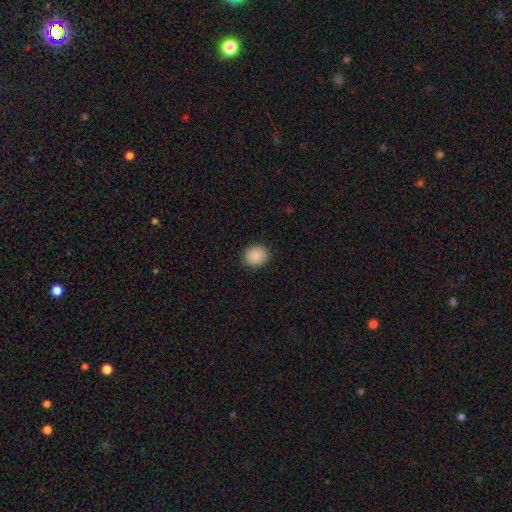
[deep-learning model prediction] Smooth or featured? Predicted: smooth (p=0.90). How rounded? Predicted: round (p=0.70). Merging? Predicted: none (p=0.90).